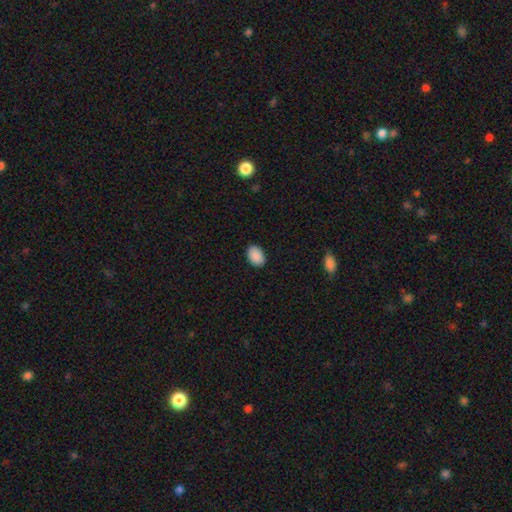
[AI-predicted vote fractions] Smooth or featured?
  - smooth: 90% *
  - star or artifact: 7%
  - featured or disk: 3%
How rounded?
  - in between: 87% *
  - round: 12%
  - cigar-shaped: 1%
Merging?
  - none: 88% *
  - minor disturbance: 9%
  - major disturbance: 2%
  - merger: 1%